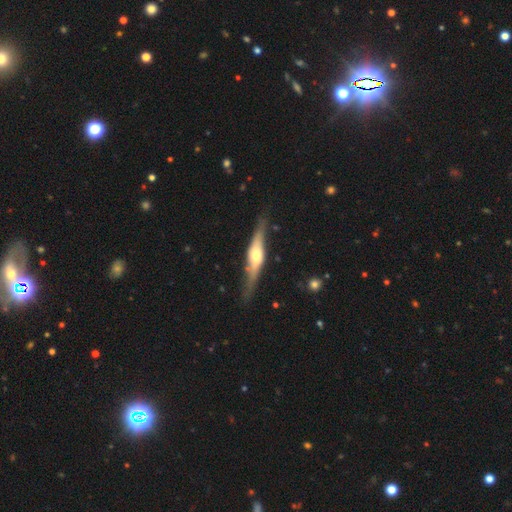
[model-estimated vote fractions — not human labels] Smooth or featured? Predicted: featured or disk (p=0.72). Edge-on disk? Predicted: yes (p=0.92). Edge-on bulge? Predicted: rounded (p=0.80). Merging? Predicted: none (p=0.78).